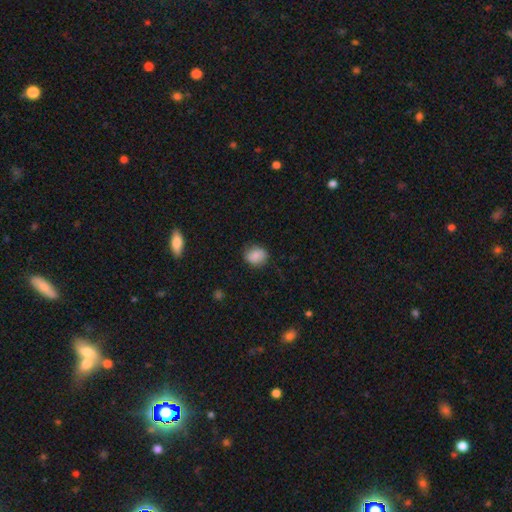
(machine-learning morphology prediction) Overall: smooth (80%). How rounded: round (69%; in between 30%). Merging: none (80%).